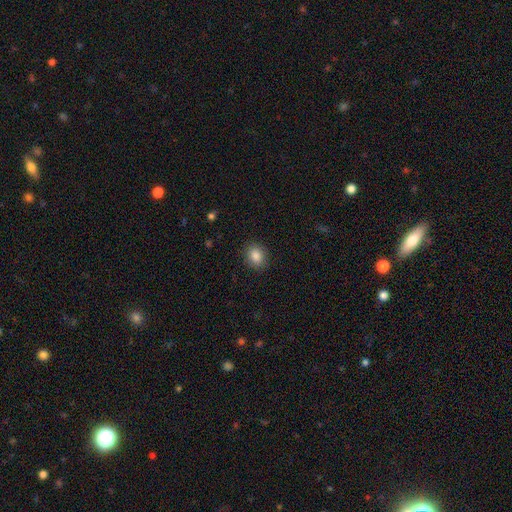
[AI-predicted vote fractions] Smooth or featured?
  - smooth: 86% *
  - star or artifact: 9%
  - featured or disk: 5%
How rounded?
  - round: 50% *
  - in between: 49%
  - cigar-shaped: 1%
Merging?
  - none: 88% *
  - minor disturbance: 8%
  - major disturbance: 2%
  - merger: 1%